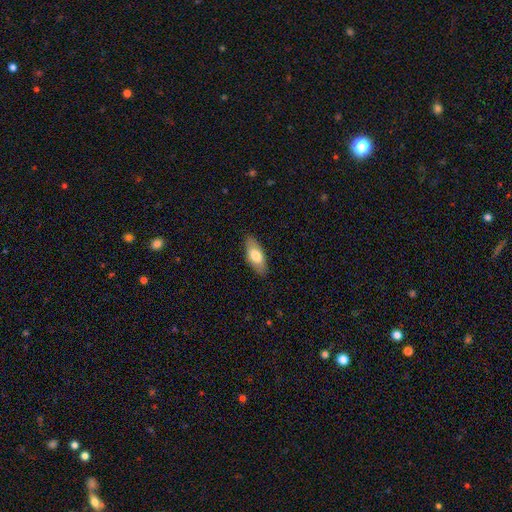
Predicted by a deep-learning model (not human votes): Smooth or featured? smooth (74%)
How rounded? in between (83%)
Merging? none (86%)